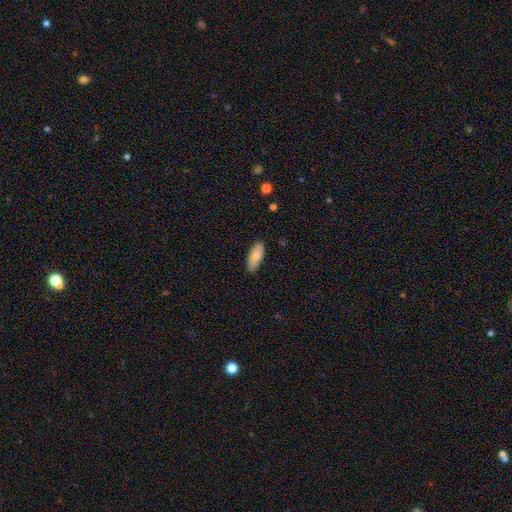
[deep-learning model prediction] smooth 80%, featured or disk 14%, star or artifact 6%. Down the decision tree: how rounded — in between (77%); merging — none (87%).